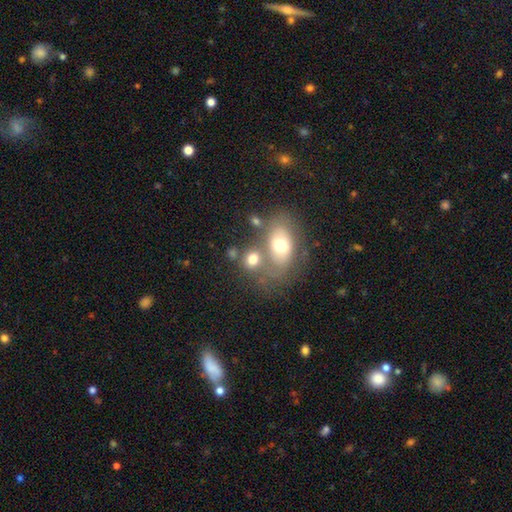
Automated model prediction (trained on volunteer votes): A smooth galaxy with no disk features (56%) that is in between round and cigar-shaped (72%).

Vote fractions:
- Smooth or featured? smooth: 56% / featured or disk: 31% / star or artifact: 13%
- How rounded? in between: 72% / round: 26% / cigar-shaped: 2%
- Merging? none: 42% / merger: 33% / minor disturbance: 15% / major disturbance: 10%